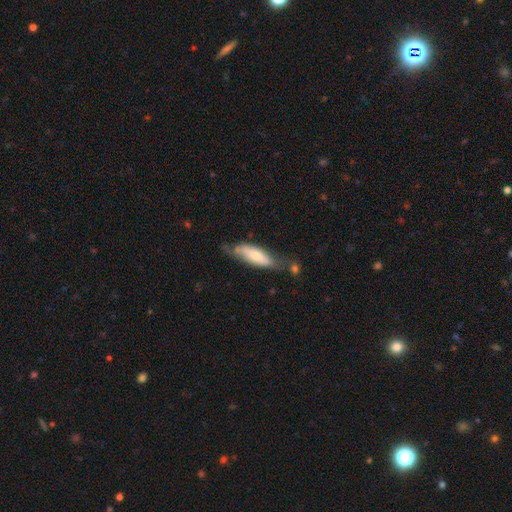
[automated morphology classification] Smooth or featured: smooth — 60% (featured or disk — 34%)
How rounded: in between — 59% (cigar-shaped — 39%)
Merging: none — 45% (minor disturbance — 32%)